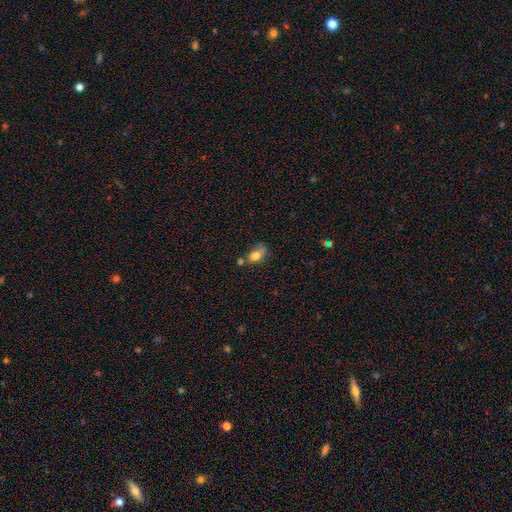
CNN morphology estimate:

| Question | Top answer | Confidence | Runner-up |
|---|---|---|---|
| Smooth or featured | smooth | 77% | featured or disk (13%) |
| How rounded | in between | 74% | round (23%) |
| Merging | none | 38% | minor disturbance (28%) |